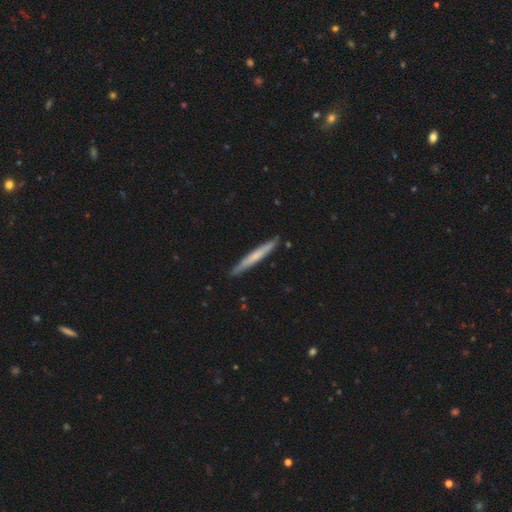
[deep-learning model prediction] smooth 54%, featured or disk 41%, star or artifact 5%. Down the decision tree: how rounded — cigar-shaped (97%); merging — none (90%).